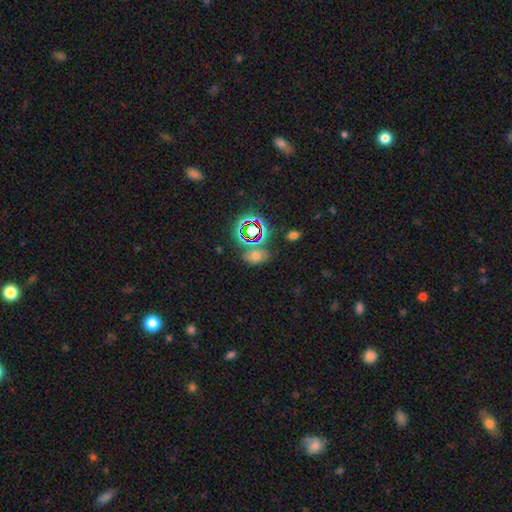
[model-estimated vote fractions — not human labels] Overall: smooth (52%; star or artifact 36%). How rounded: in between (77%). Merging: none (67%).